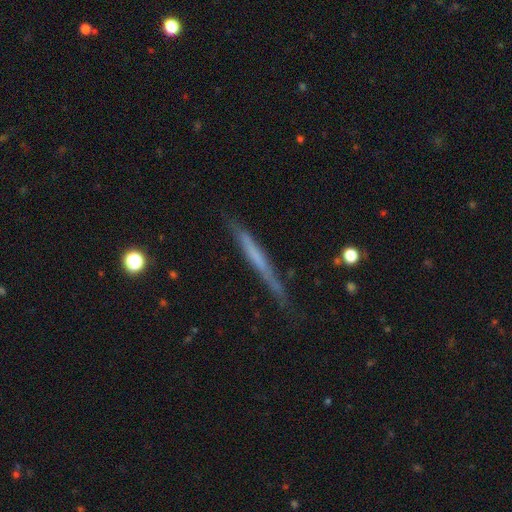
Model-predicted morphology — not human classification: featured or disk 51%, smooth 43%, star or artifact 7%. Down the decision tree: edge-on disk — yes (95%); merging — none (80%).